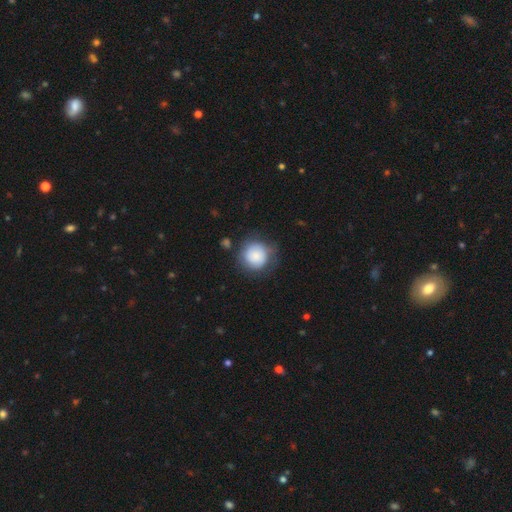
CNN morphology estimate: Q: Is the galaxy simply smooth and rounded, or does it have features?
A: smooth — 79%.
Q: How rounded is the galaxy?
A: round — 92%.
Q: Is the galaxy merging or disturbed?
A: none — 69%.